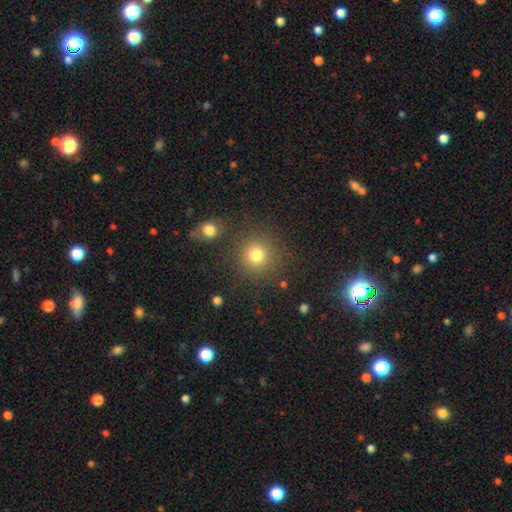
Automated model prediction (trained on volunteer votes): smooth_or_featured: smooth (p=0.78) [alt: star or artifact p=0.15]
how_rounded: round (p=0.91) [alt: in between p=0.08]
merging: none (p=0.81) [alt: minor disturbance p=0.08]